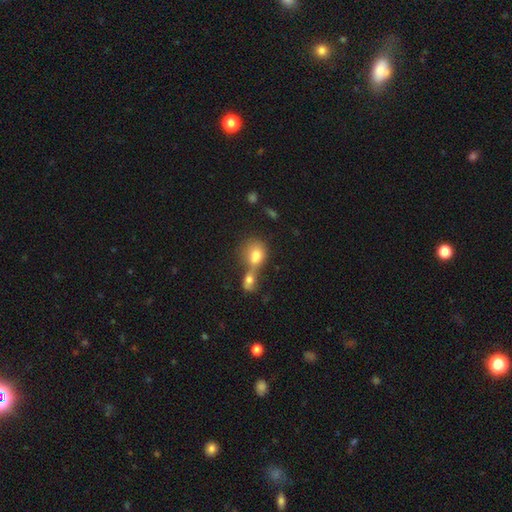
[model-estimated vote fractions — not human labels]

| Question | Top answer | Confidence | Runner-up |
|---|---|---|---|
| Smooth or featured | smooth | 76% | featured or disk (15%) |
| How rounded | round | 54% | in between (44%) |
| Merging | merger | 69% | none (19%) |